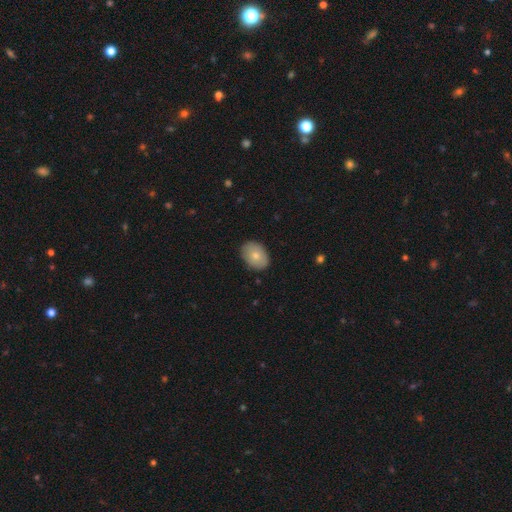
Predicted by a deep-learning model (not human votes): Q: Smooth or featured?
A: smooth (77%); runner-up: featured or disk (17%)
Q: How rounded?
A: in between (75%); runner-up: round (24%)
Q: Merging?
A: none (86%); runner-up: minor disturbance (11%)